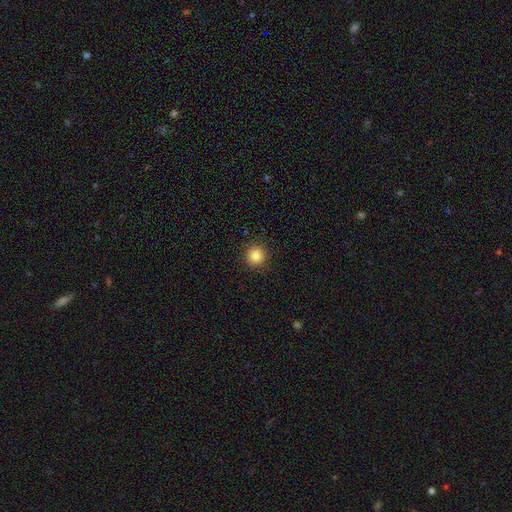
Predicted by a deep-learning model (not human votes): The model was most divided on "smooth or featured": smooth: 85%, star or artifact: 11%, featured or disk: 4%. More confident: how rounded — round (94%); merging — none (90%).